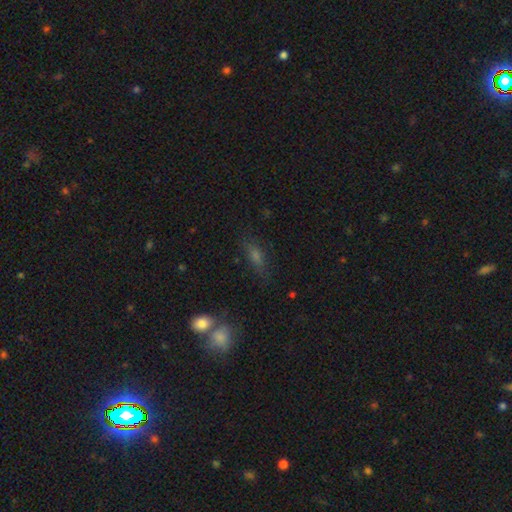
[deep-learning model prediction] Smooth or featured: smooth — 55% (star or artifact — 24%)
How rounded: in between — 55% (cigar-shaped — 36%)
Merging: none — 69% (minor disturbance — 17%)